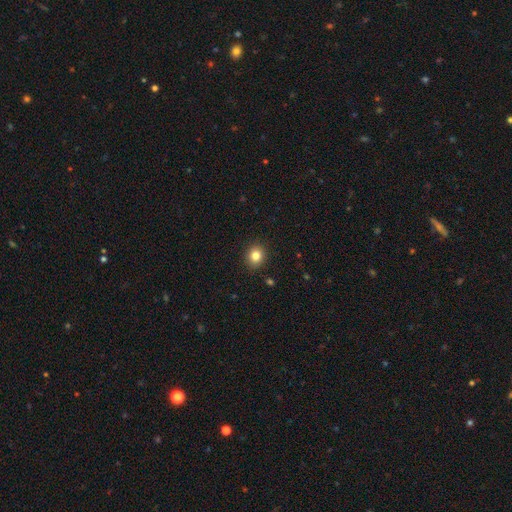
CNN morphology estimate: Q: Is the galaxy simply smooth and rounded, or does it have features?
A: smooth — 83%.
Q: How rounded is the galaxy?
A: round — 73%.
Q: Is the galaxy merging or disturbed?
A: none — 91%.